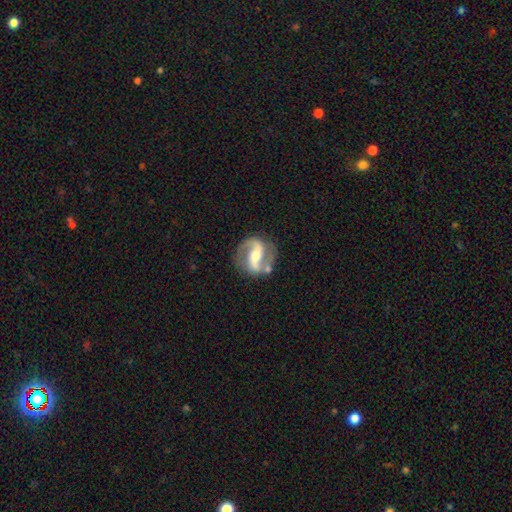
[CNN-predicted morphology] This appears to be a featured or disk galaxy (88%) with a strong bar (50%), 2 (92%) medium (53%) spiral arms (95%) and a moderate central bulge (65%). Merging: none (78%).